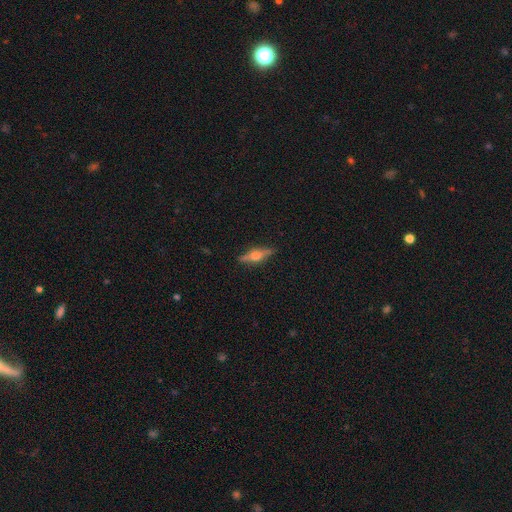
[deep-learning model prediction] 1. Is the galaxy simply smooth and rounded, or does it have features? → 66% featured or disk, 27% smooth, 7% star or artifact.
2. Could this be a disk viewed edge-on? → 96% yes, 4% no.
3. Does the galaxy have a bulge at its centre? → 91% rounded, 7% boxy, 2% none.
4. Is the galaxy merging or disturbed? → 87% none, 10% minor disturbance, 2% major disturbance, 1% merger.